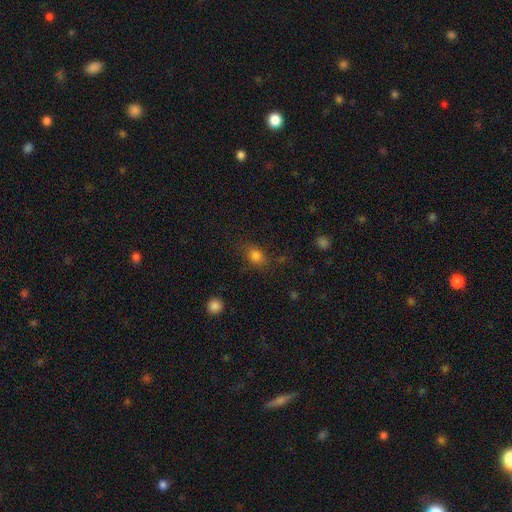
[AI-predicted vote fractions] Q: Smooth or featured?
A: smooth (81%); runner-up: star or artifact (13%)
Q: How rounded?
A: in between (58%); runner-up: round (40%)
Q: Merging?
A: none (75%); runner-up: minor disturbance (17%)